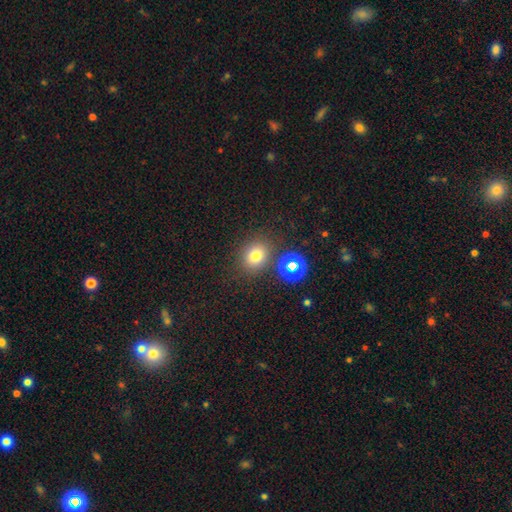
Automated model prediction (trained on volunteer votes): This is likely a smooth galaxy (73%). How rounded: likely round (66%). Merging: likely none (80%).